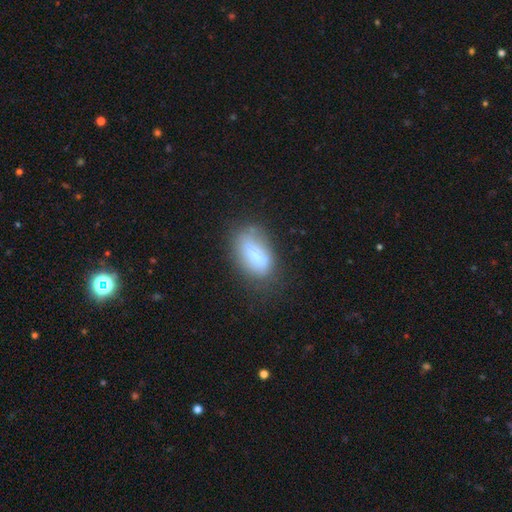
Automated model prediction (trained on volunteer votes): Smooth or featured? Predicted: smooth (p=0.67). How rounded? Predicted: in between (p=0.86). Merging? Predicted: none (p=0.53).